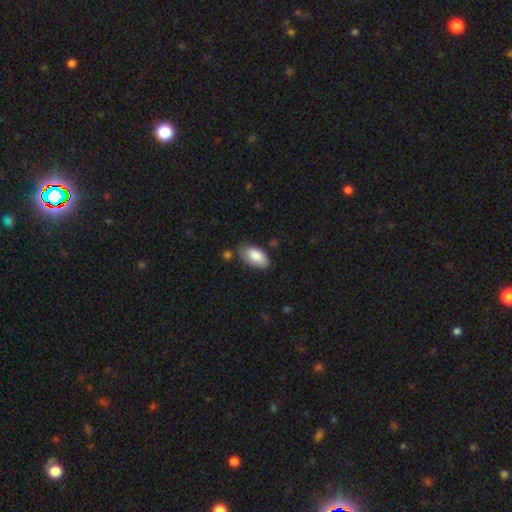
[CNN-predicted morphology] A smooth galaxy with no disk features (86%) that is in between round and cigar-shaped (94%).

Vote fractions:
- Smooth or featured? smooth: 86% / featured or disk: 7% / star or artifact: 6%
- How rounded? in between: 94% / round: 3% / cigar-shaped: 3%
- Merging? none: 71% / minor disturbance: 21% / major disturbance: 4% / merger: 4%